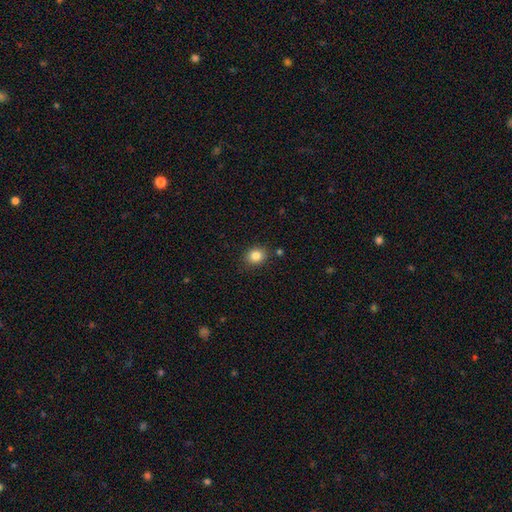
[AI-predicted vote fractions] Smooth or featured? Predicted: smooth (p=0.84). How rounded? Predicted: round (p=0.61). Merging? Predicted: none (p=0.87).